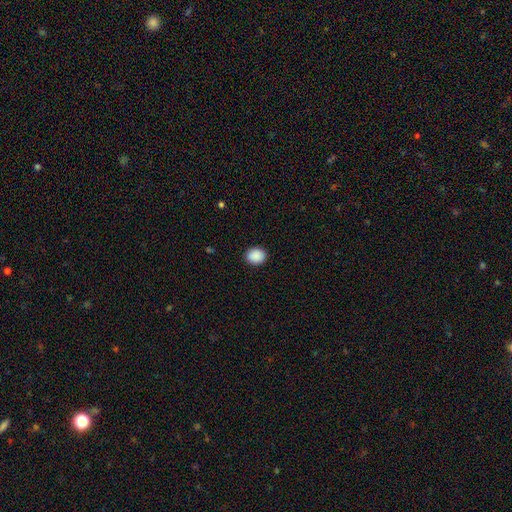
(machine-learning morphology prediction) A smooth galaxy with no disk features (90%) that is round (57%). Merging: none (91%).